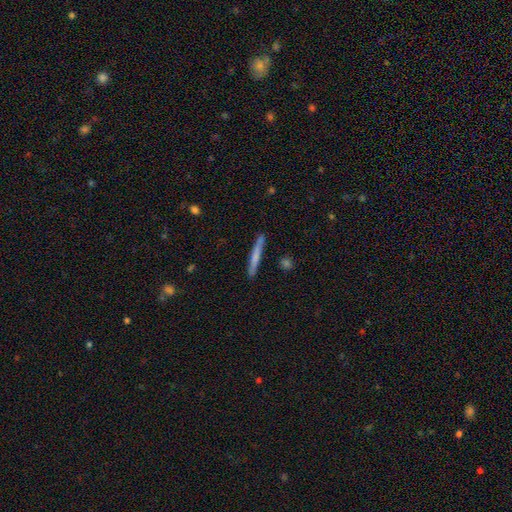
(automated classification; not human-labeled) Smooth or featured? smooth (60%)
How rounded? cigar-shaped (96%)
Merging? none (86%)